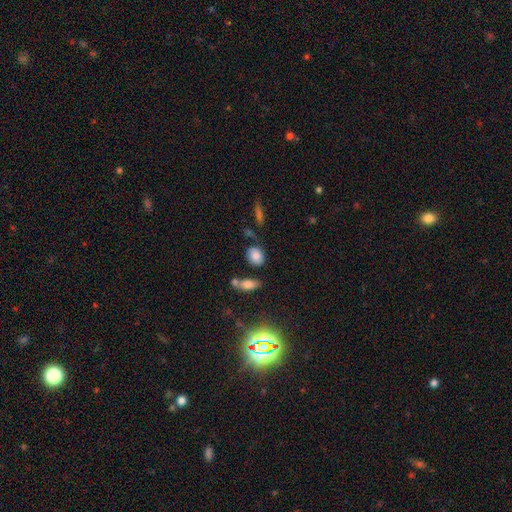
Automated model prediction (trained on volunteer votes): smooth_or_featured: smooth (p=0.81) [alt: star or artifact p=0.09]
how_rounded: in between (p=0.64) [alt: round p=0.34]
merging: none (p=0.65) [alt: minor disturbance p=0.19]